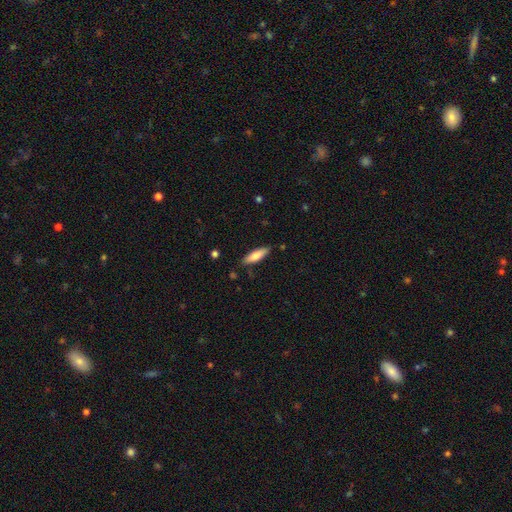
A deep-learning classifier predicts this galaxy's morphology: Q: Smooth or featured?
A: smooth (78%); runner-up: featured or disk (16%)
Q: How rounded?
A: cigar-shaped (57%); runner-up: in between (41%)
Q: Merging?
A: none (83%); runner-up: minor disturbance (13%)